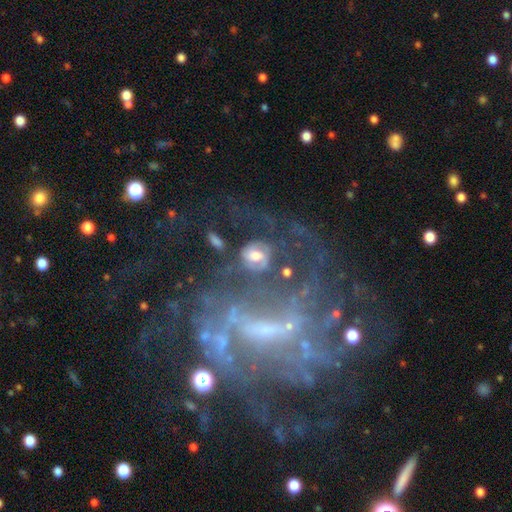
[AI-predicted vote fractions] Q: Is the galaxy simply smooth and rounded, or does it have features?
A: featured or disk — 51%.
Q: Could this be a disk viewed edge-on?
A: no — 94%.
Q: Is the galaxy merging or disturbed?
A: none — 48%.